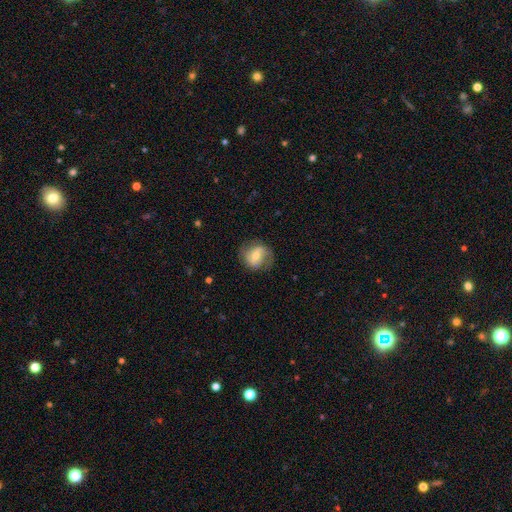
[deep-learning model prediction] Overall: featured or disk (48%; smooth 44%). Merging: none (71%).